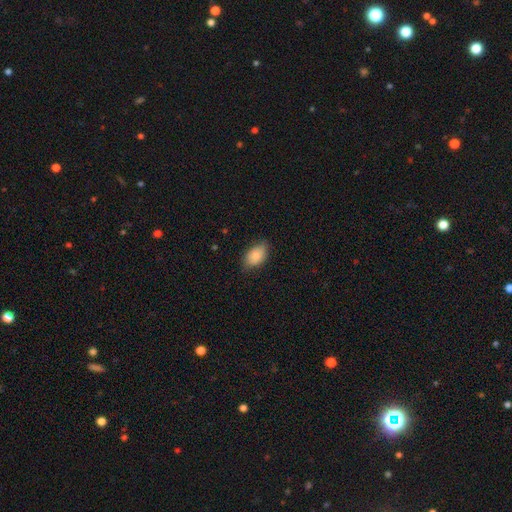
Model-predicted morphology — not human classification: A smooth galaxy with no disk features (85%) that is in between round and cigar-shaped (90%).

Vote fractions:
- Smooth or featured? smooth: 85% / featured or disk: 8% / star or artifact: 7%
- How rounded? in between: 90% / round: 8% / cigar-shaped: 2%
- Merging? none: 76% / minor disturbance: 20% / major disturbance: 4% / merger: 1%